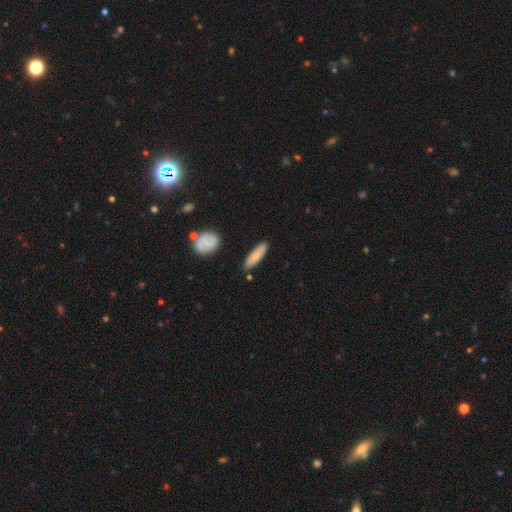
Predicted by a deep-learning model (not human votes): This is likely a smooth galaxy (72%). How rounded: likely cigar-shaped (62%). Merging: clearly none (84%).